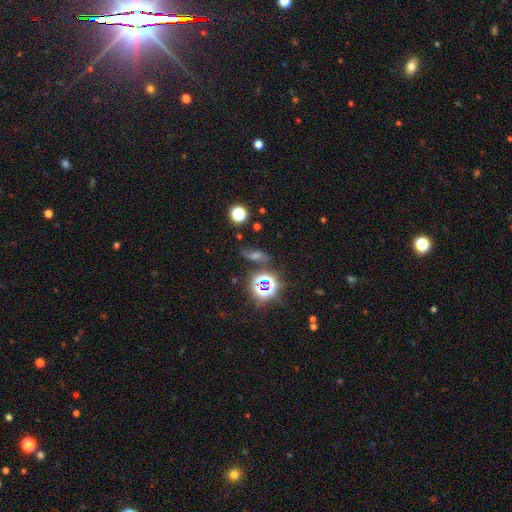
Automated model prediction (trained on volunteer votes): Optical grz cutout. It shows a star or artifact, not a galaxy (51%).